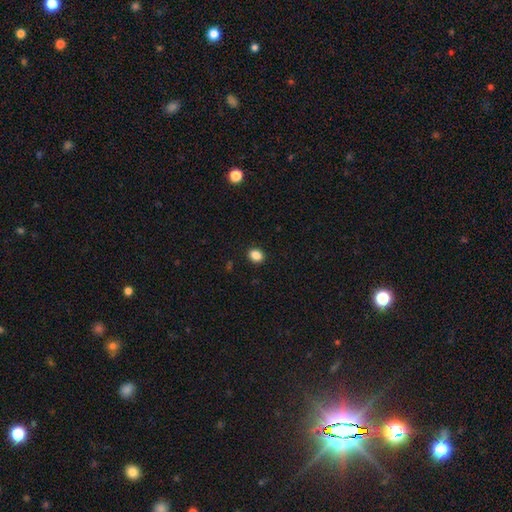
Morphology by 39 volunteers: type=smooth (92%); roundness=round (50%, tied with in between); merging=none (89%).